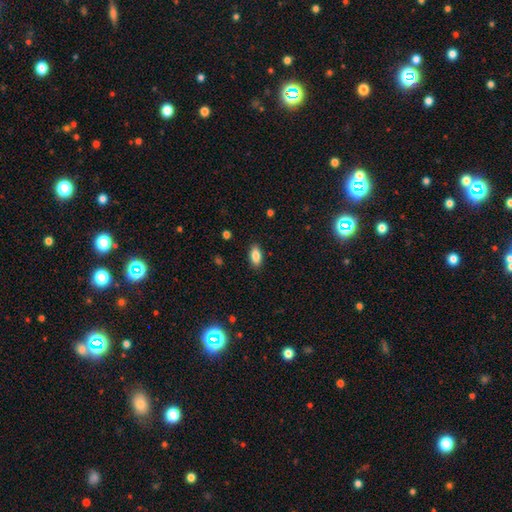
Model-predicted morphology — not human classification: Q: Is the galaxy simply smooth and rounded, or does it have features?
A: smooth — 87%.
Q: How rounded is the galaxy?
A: in between — 91%.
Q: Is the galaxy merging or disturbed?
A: none — 88%.